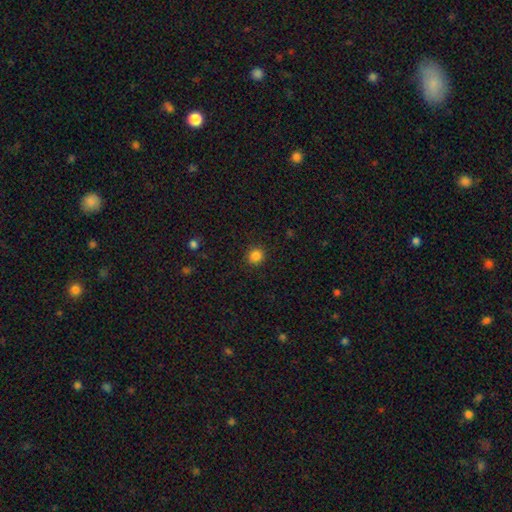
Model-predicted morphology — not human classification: A smooth galaxy with no disk features (85%) that is round (87%).

Vote fractions:
- Smooth or featured? smooth: 85% / star or artifact: 12% / featured or disk: 4%
- How rounded? round: 87% / in between: 12% / cigar-shaped: 1%
- Merging? none: 90% / minor disturbance: 6% / major disturbance: 2% / merger: 1%